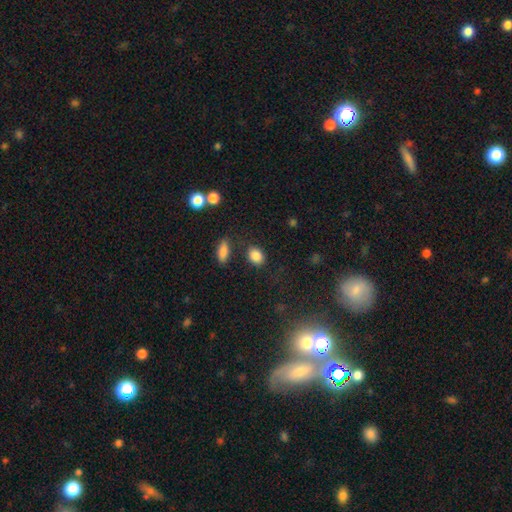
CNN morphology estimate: Smooth or featured? Predicted: smooth (p=0.86). How rounded? Predicted: in between (p=0.67). Merging? Predicted: none (p=0.77).